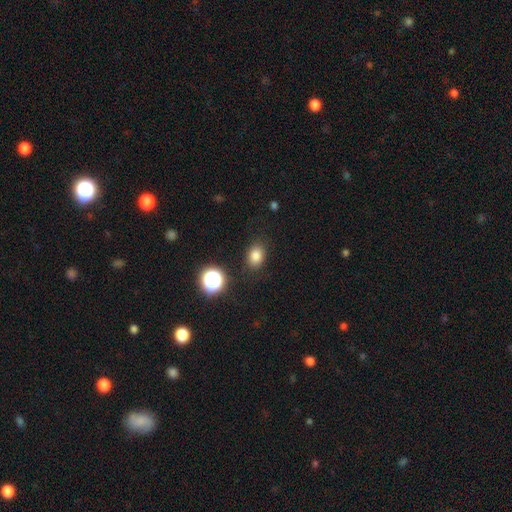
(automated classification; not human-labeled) smooth 82%, star or artifact 13%, featured or disk 6%. Down the decision tree: how rounded — in between (61%); merging — none (86%).